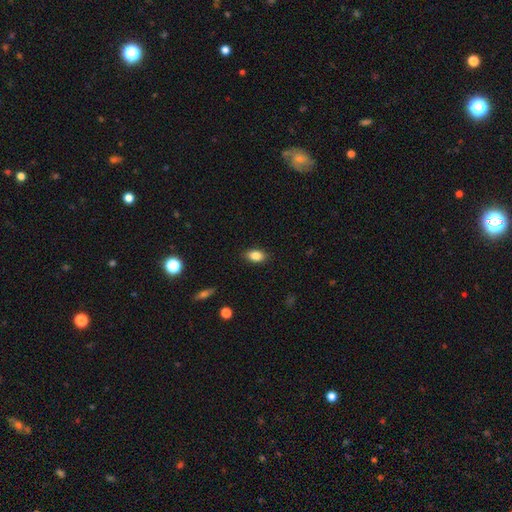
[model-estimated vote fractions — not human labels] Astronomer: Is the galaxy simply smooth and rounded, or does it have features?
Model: smooth — 85%.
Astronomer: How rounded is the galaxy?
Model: in between — 87%.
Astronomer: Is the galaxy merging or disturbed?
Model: none — 87%.